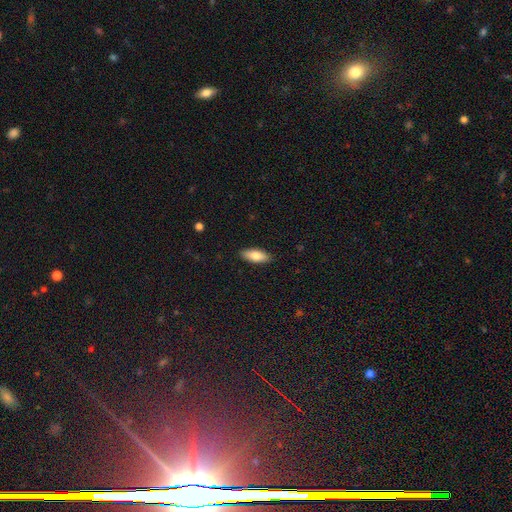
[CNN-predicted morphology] Smooth or featured: smooth — 79% (featured or disk — 15%)
How rounded: in between — 79% (cigar-shaped — 18%)
Merging: none — 89% (minor disturbance — 8%)